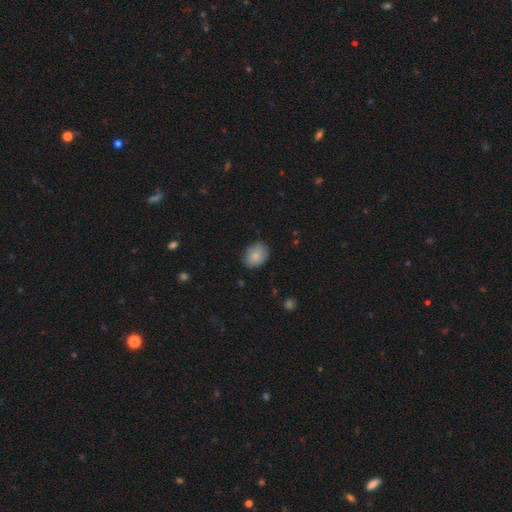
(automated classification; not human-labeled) Smooth or featured: smooth — 85% (featured or disk — 8%)
How rounded: in between — 67% (round — 32%)
Merging: none — 82% (minor disturbance — 14%)